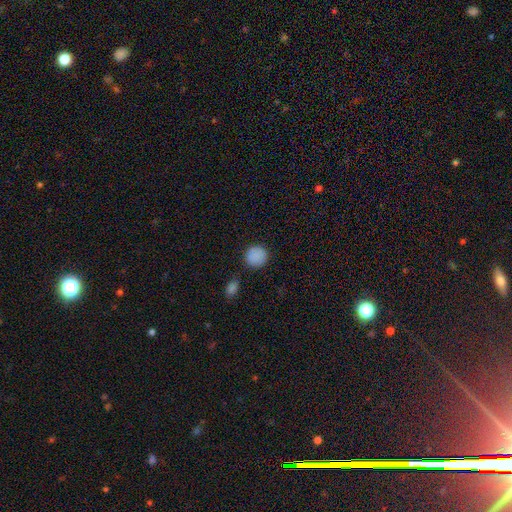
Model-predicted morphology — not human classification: Smooth or featured? smooth (87%)
How rounded? round (92%)
Merging? none (83%)